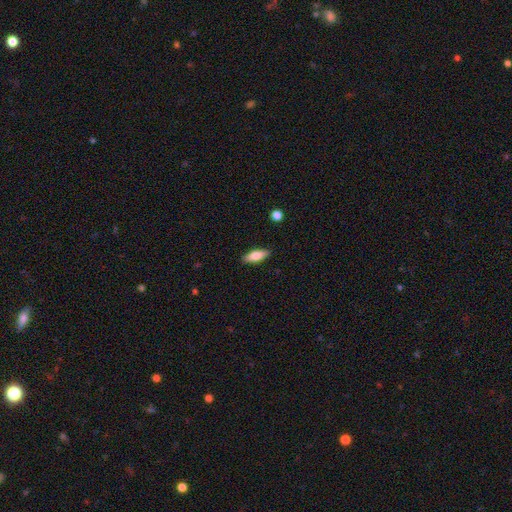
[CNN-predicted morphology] smooth-or-featured: smooth: 77% | featured or disk: 17% | star or artifact: 6%
  how-rounded: in between: 68% | cigar-shaped: 29% | round: 2%
  merging: none: 88% | minor disturbance: 9% | major disturbance: 2% | merger: 1%